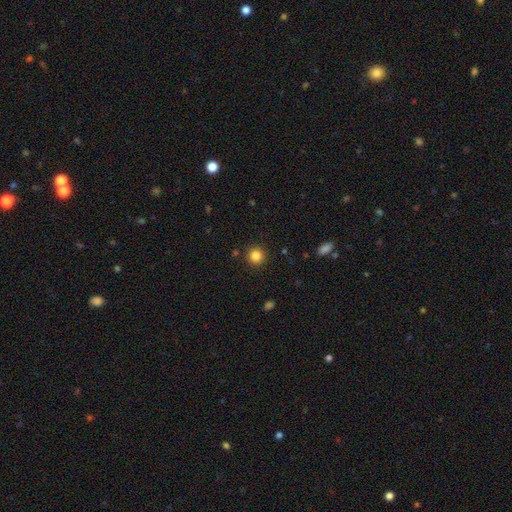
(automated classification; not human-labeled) smooth_or_featured: smooth (p=0.84) [alt: star or artifact p=0.11]
how_rounded: round (p=0.94) [alt: in between p=0.05]
merging: none (p=0.91) [alt: minor disturbance p=0.06]